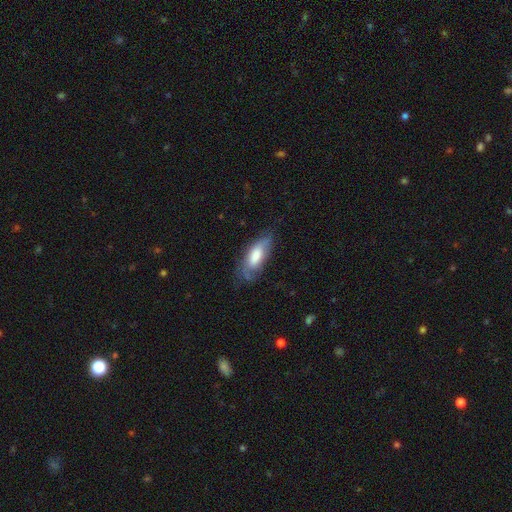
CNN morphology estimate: This is possibly a smooth galaxy (58%). How rounded: likely in between (74%). Merging: possibly none (53%).